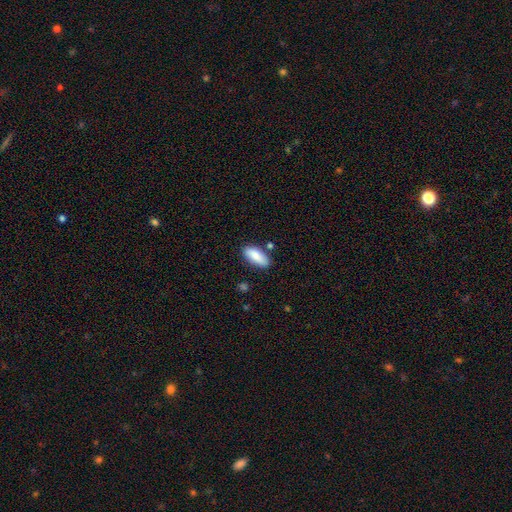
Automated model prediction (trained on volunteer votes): Smooth or featured? smooth (86%)
How rounded? in between (83%)
Merging? none (79%)